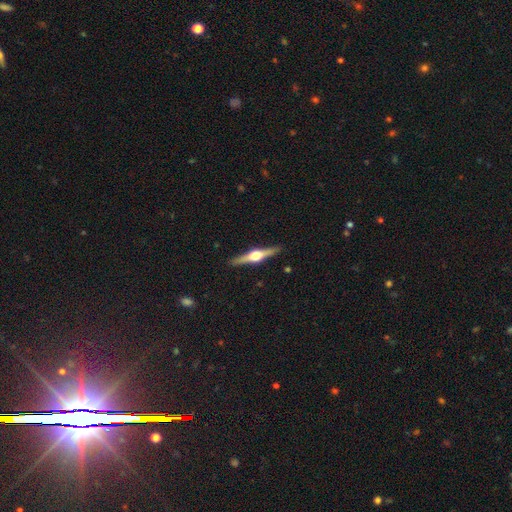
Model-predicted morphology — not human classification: This is clearly a featured or disk galaxy (80%). It is clearly viewed edge-on (98%). Edge-on bulge: clearly rounded (96%). Merging: clearly none (91%).